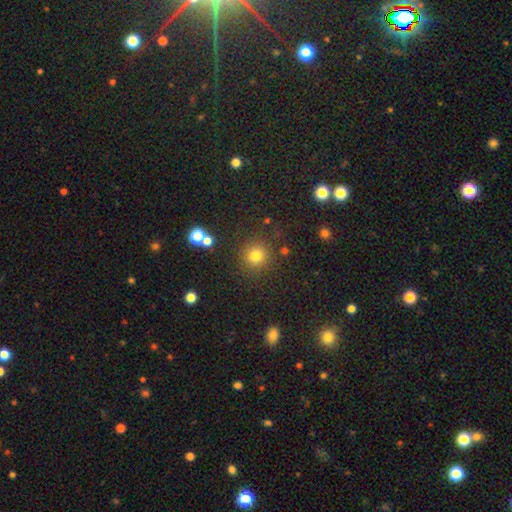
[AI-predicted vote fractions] Smooth or featured: smooth — 77% (star or artifact — 17%)
How rounded: round — 91% (in between — 8%)
Merging: none — 85% (minor disturbance — 8%)